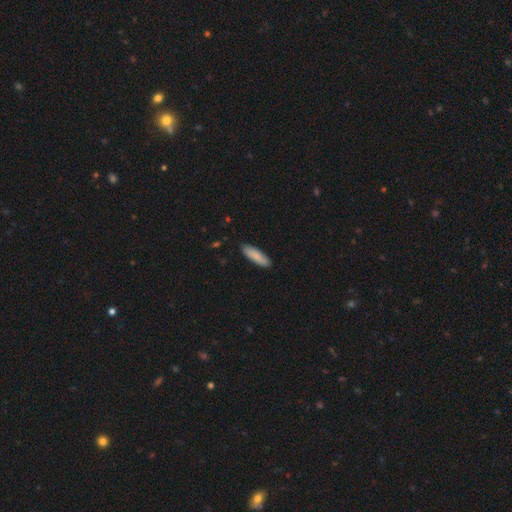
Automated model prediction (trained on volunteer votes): Morphology: type=smooth (86%); roundness=cigar-shaped (58%); merging=none (88%).